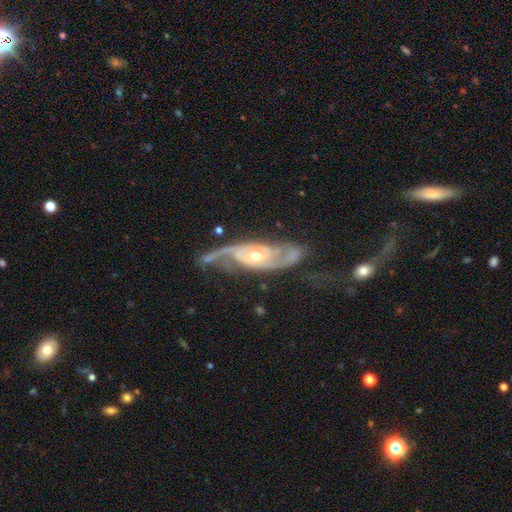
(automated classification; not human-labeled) Q: Smooth or featured?
A: featured or disk (91%); runner-up: star or artifact (5%)
Q: Edge-on disk?
A: no (92%); runner-up: yes (8%)
Q: Bar?
A: no (61%); runner-up: weak (29%)
Q: Spiral arms?
A: yes (97%); runner-up: no (3%)
Q: Spiral winding?
A: medium (45%); runner-up: tight (35%)
Q: Spiral arm count?
A: 2 (86%); runner-up: can't tell (5%)
Q: Bulge size?
A: moderate (58%); runner-up: small (37%)
Q: Merging?
A: none (64%); runner-up: minor disturbance (20%)